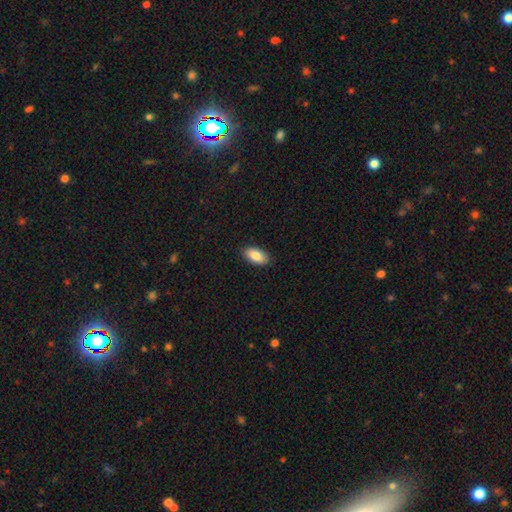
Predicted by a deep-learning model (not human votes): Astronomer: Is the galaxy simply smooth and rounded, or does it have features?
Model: smooth — 85%.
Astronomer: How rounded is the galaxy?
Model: in between — 94%.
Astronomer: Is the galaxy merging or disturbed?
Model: none — 88%.